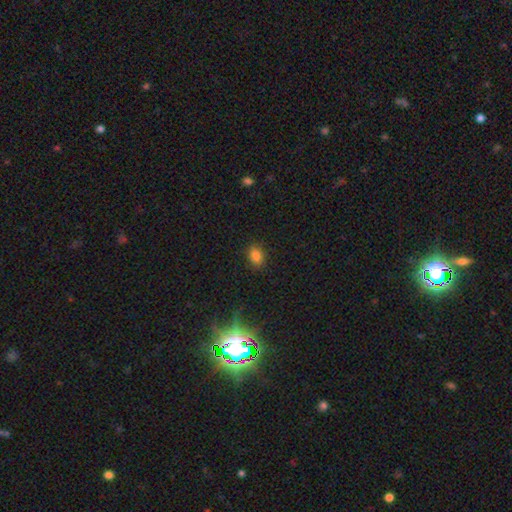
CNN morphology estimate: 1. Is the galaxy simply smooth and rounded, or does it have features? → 81% smooth, 14% star or artifact, 5% featured or disk.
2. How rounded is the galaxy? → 73% in between, 26% round, 1% cigar-shaped.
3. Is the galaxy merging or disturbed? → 85% none, 11% minor disturbance, 3% major disturbance, 1% merger.